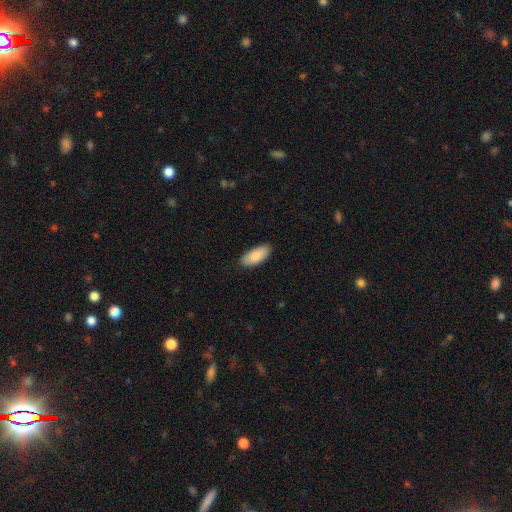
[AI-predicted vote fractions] The model was most divided on "how rounded": in between: 88%, cigar-shaped: 10%, round: 2%. More confident: merging — none (87%); smooth or featured — smooth (87%).